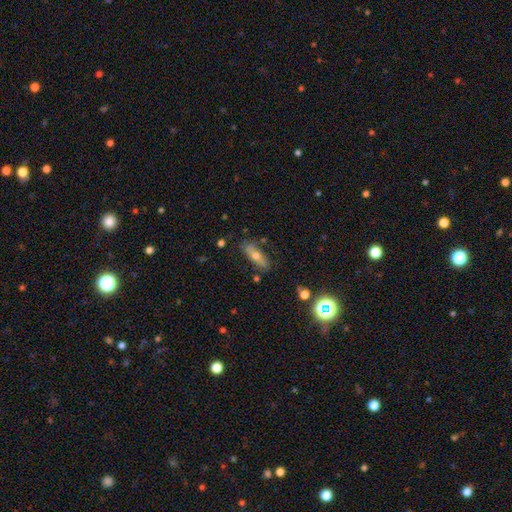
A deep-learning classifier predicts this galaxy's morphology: This appears to be a smooth galaxy with no disk features (51%) that is in between round and cigar-shaped (52%). Merging: none (77%).